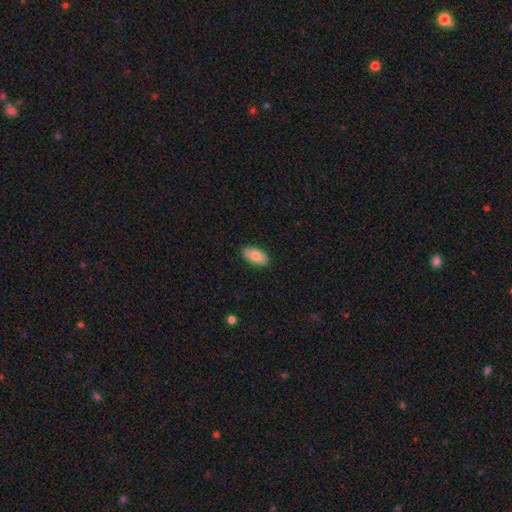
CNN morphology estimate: Smooth or featured? Predicted: smooth (p=0.80). How rounded? Predicted: in between (p=0.94). Merging? Predicted: none (p=0.89).